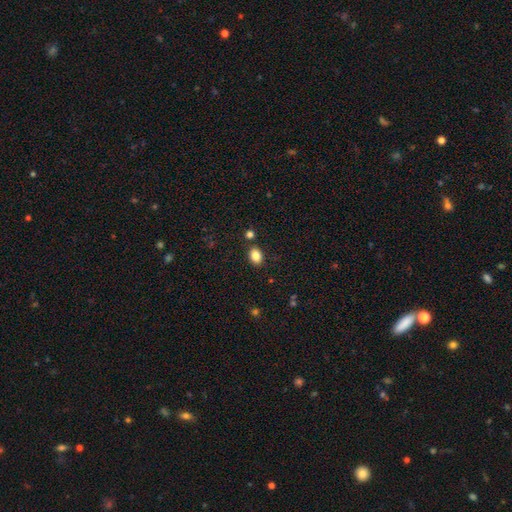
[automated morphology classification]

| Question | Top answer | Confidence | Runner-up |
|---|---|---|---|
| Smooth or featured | smooth | 85% | star or artifact (10%) |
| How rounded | in between | 74% | round (25%) |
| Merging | none | 83% | minor disturbance (9%) |